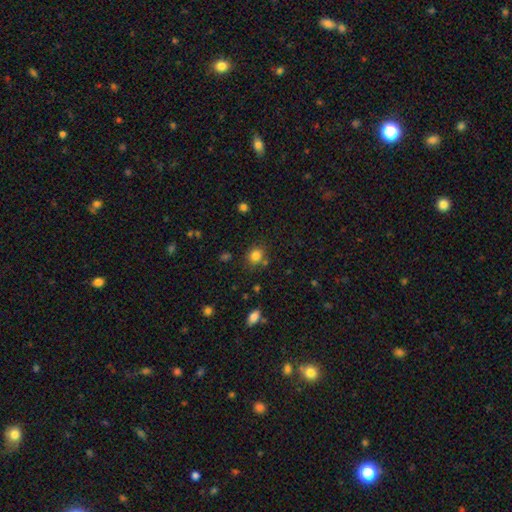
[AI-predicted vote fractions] This appears to be a smooth galaxy with no disk features (82%) that is round (83%). Merging: none (76%).